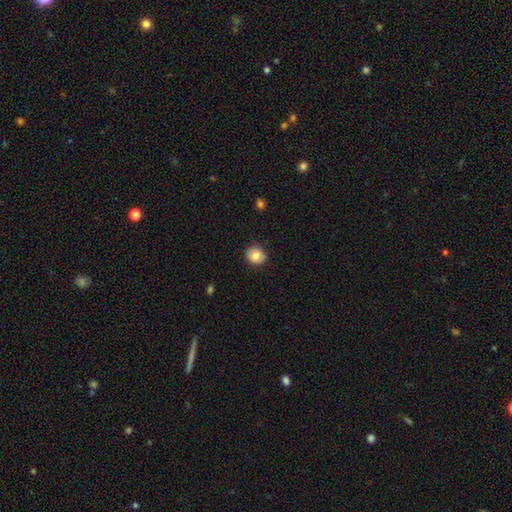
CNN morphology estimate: A smooth galaxy with no disk features (81%) that is round (85%). Merging: none (88%).